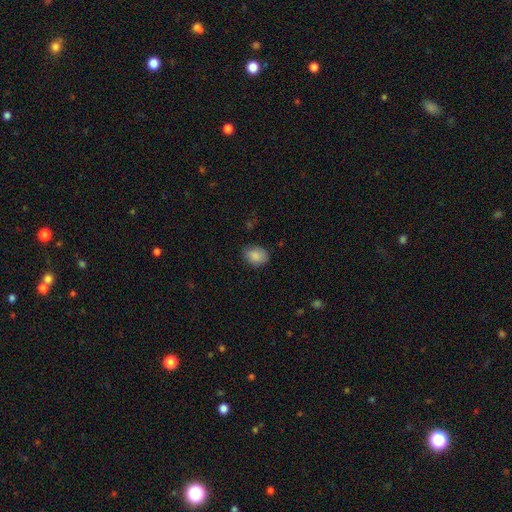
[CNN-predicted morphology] Q: Smooth or featured?
A: smooth (86%); runner-up: star or artifact (8%)
Q: How rounded?
A: in between (67%); runner-up: round (32%)
Q: Merging?
A: none (76%); runner-up: minor disturbance (19%)